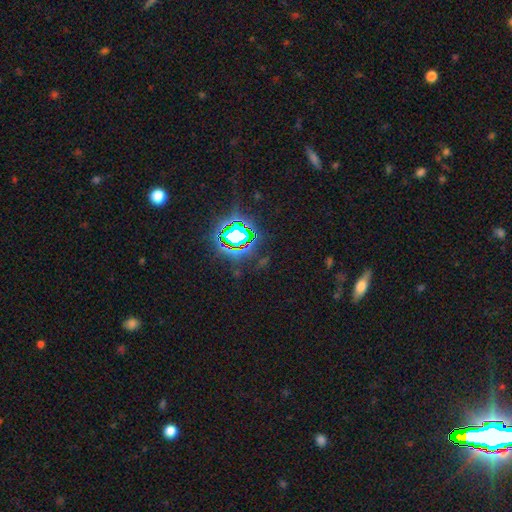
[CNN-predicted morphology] A star or artifact, not a galaxy (80%).

Vote fractions:
- Smooth or featured? star or artifact: 80% / smooth: 11% / featured or disk: 9%